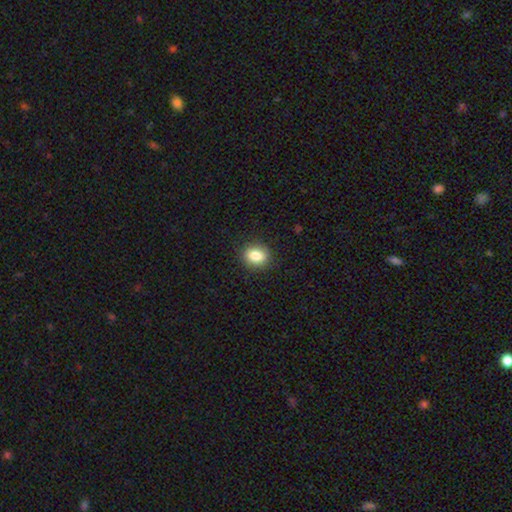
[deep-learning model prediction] smooth 84%, star or artifact 10%, featured or disk 6%. Down the decision tree: how rounded — round (51%); merging — none (89%).